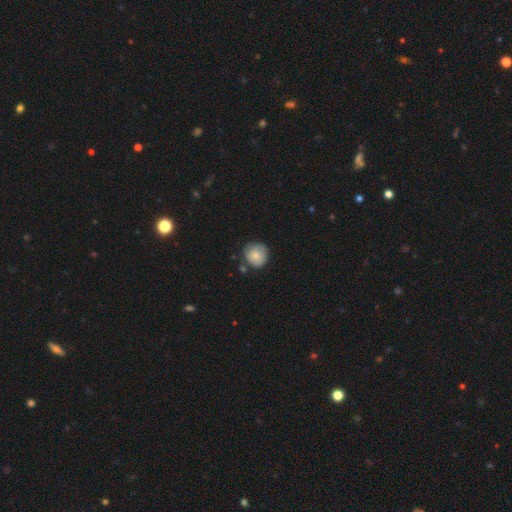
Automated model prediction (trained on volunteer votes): smooth_or_featured: smooth (p=0.73) [alt: featured or disk p=0.20]
how_rounded: round (p=0.89) [alt: in between p=0.10]
merging: none (p=0.68) [alt: minor disturbance p=0.23]